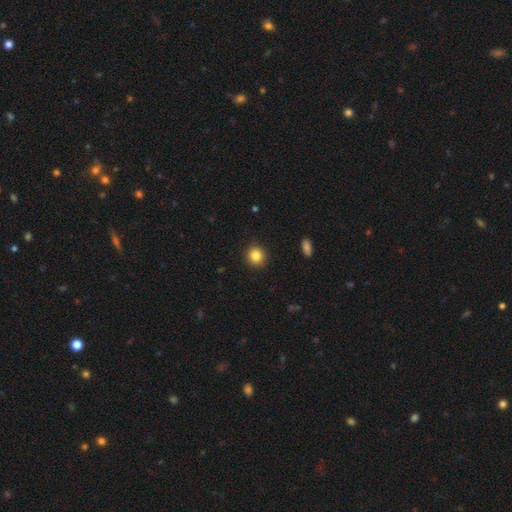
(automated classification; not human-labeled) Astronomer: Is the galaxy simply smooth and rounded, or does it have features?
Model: smooth — 84%.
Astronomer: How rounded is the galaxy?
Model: round — 90%.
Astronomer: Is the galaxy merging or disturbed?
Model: none — 91%.